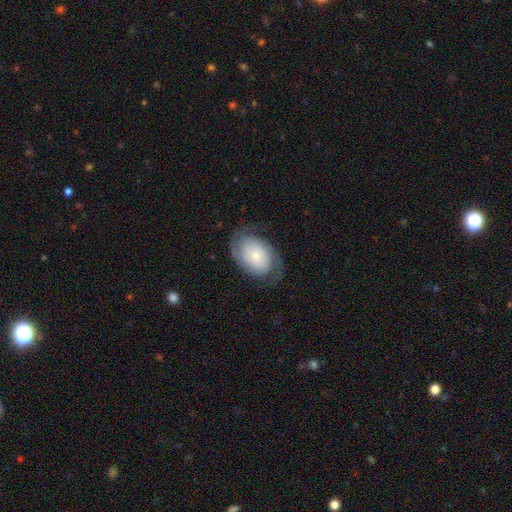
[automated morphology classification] Smooth or featured: featured or disk — 57% (smooth — 36%)
Edge-on disk: no — 96% (yes — 4%)
Bar: no — 80% (weak — 16%)
Spiral arms: yes — 86% (no — 14%)
Bulge size: small — 65% (moderate — 19%)
Merging: none — 69% (minor disturbance — 18%)